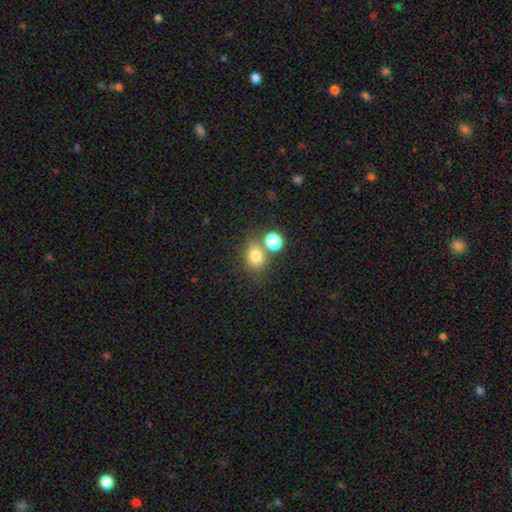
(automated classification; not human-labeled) Smooth or featured? smooth (78%)
How rounded? round (55%)
Merging? none (62%)